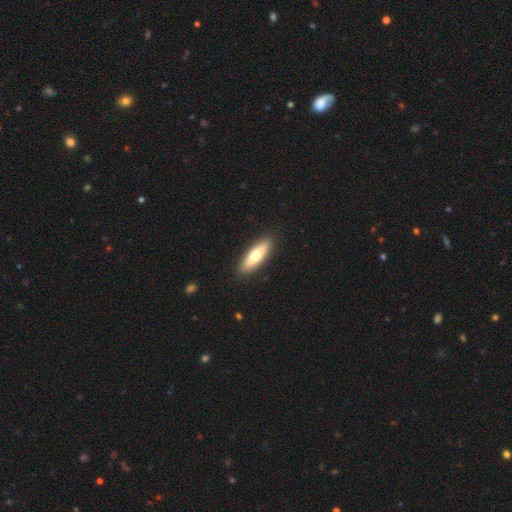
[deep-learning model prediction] The model was most divided on "how rounded": cigar-shaped: 50%, in between: 48%, round: 2%. More confident: merging — none (90%); smooth or featured — smooth (65%).